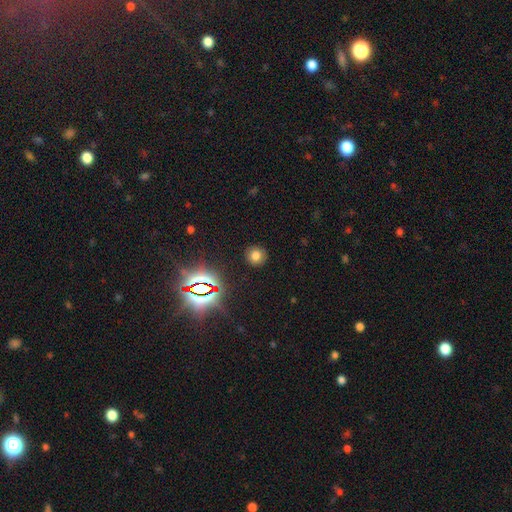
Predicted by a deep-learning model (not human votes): Morphology: type=smooth (72%); roundness=round (90%); merging=none (89%).